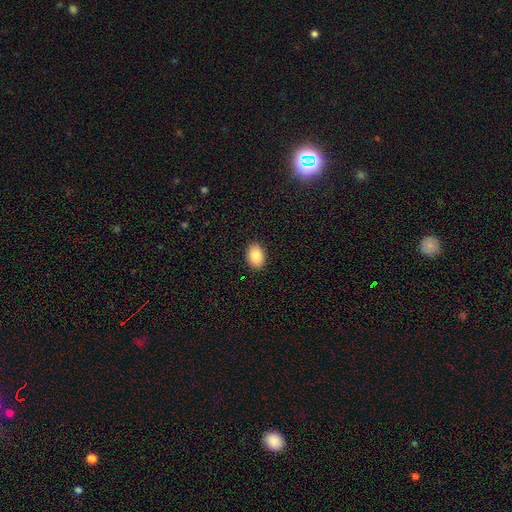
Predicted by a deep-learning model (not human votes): Overall: smooth (86%). How rounded: in between (81%). Merging: none (90%).